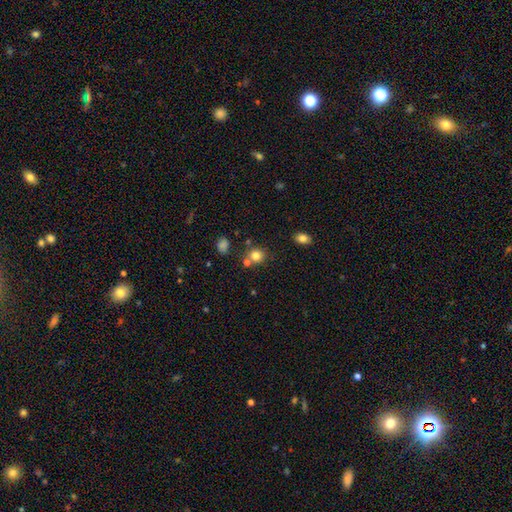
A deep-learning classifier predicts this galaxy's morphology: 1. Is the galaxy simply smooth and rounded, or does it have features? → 80% smooth, 13% star or artifact, 7% featured or disk.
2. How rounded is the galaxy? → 85% round, 14% in between, 1% cigar-shaped.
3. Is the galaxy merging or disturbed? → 72% none, 15% merger, 10% minor disturbance, 3% major disturbance.